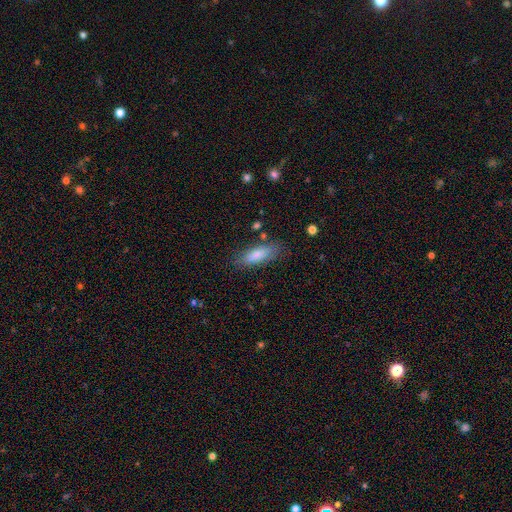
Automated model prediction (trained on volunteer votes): Smooth or featured: smooth — 75% (featured or disk — 18%)
How rounded: in between — 57% (cigar-shaped — 41%)
Merging: none — 81% (minor disturbance — 14%)